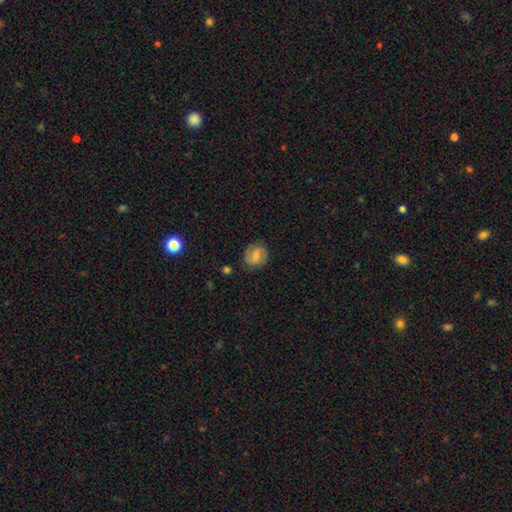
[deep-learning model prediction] Smooth or featured? Predicted: smooth (p=0.52). How rounded? Predicted: round (p=0.72). Merging? Predicted: none (p=0.79).